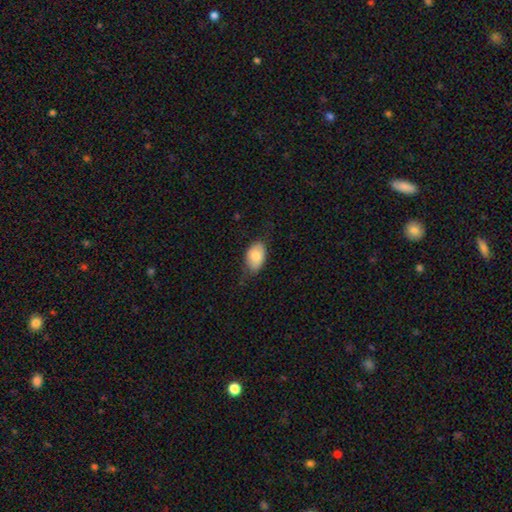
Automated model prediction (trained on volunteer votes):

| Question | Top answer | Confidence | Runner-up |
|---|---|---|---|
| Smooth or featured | smooth | 80% | featured or disk (14%) |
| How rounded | in between | 90% | round (9%) |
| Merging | none | 63% | minor disturbance (29%) |